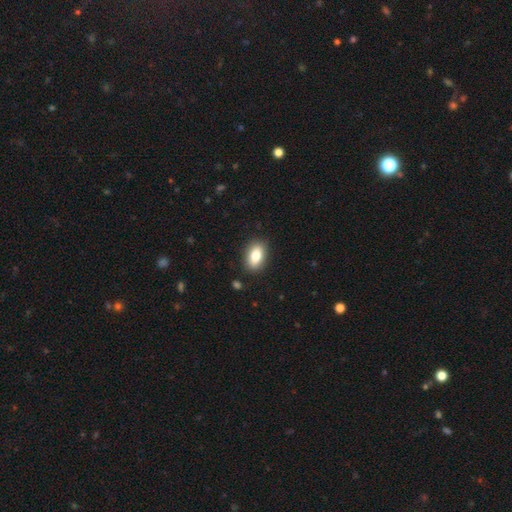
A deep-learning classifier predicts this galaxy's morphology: Smooth or featured? smooth (80%)
How rounded? in between (88%)
Merging? none (88%)